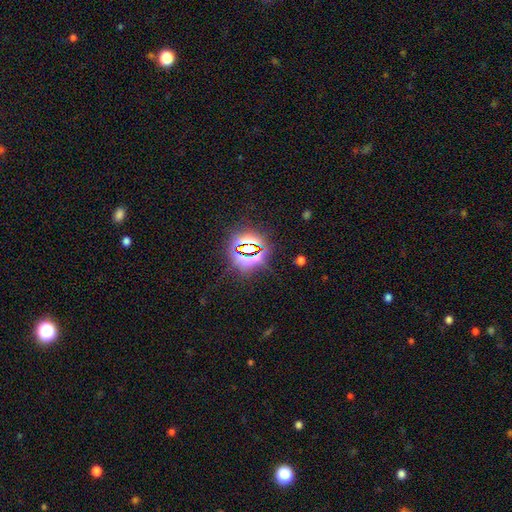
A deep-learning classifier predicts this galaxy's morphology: The model was most divided on "smooth or featured": star or artifact: 78%, smooth: 14%, featured or disk: 8%.